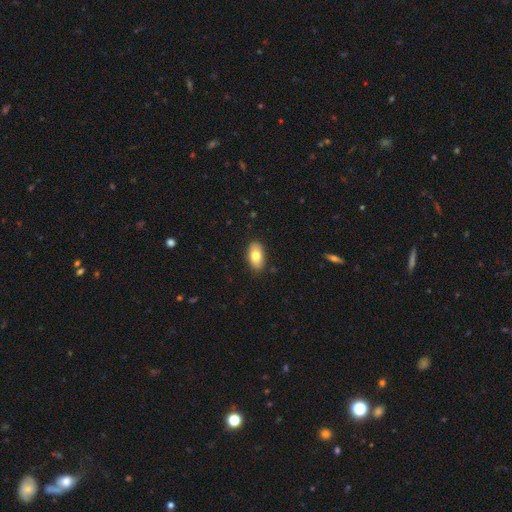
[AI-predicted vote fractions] Q: Smooth or featured?
A: smooth (79%); runner-up: featured or disk (14%)
Q: How rounded?
A: in between (92%); runner-up: round (6%)
Q: Merging?
A: none (87%); runner-up: minor disturbance (10%)